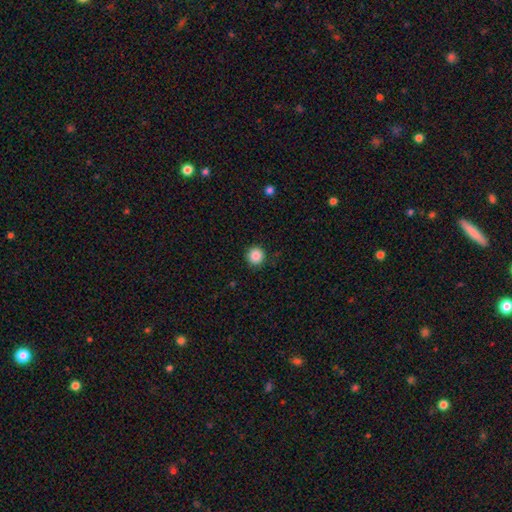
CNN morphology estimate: smooth-or-featured: smooth: 87% | star or artifact: 10% | featured or disk: 3%
  how-rounded: round: 95% | in between: 4% | cigar-shaped: 1%
  merging: none: 91% | minor disturbance: 6% | major disturbance: 2% | merger: 1%